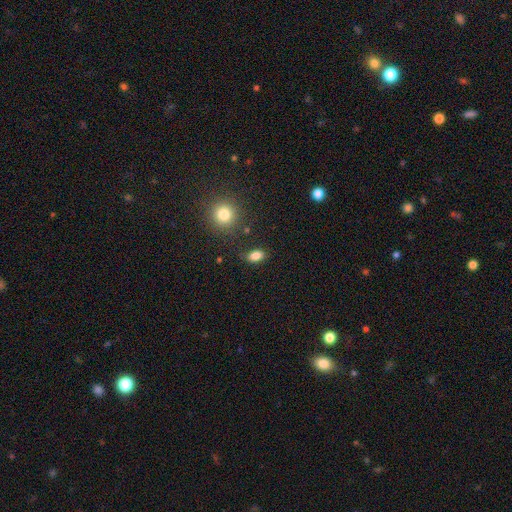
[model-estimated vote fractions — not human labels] smooth 84%, star or artifact 10%, featured or disk 6%. Down the decision tree: how rounded — in between (83%); merging — none (82%).